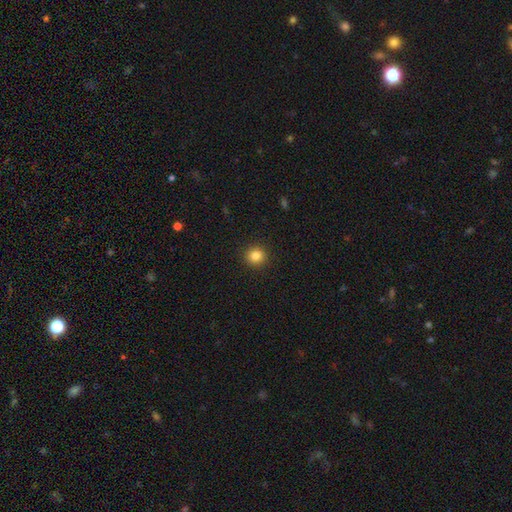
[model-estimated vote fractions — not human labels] Smooth or featured: smooth — 85% (star or artifact — 11%)
How rounded: round — 90% (in between — 9%)
Merging: none — 92% (minor disturbance — 5%)